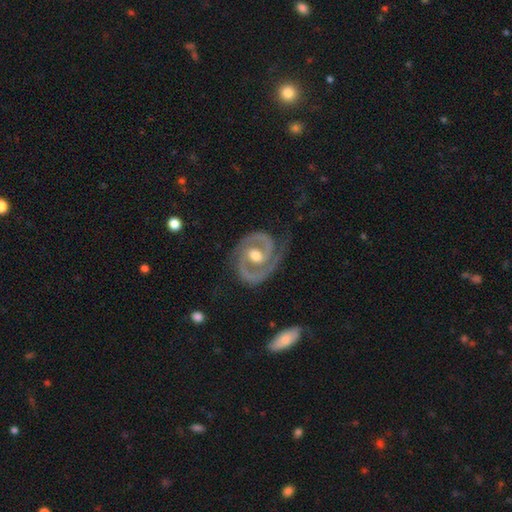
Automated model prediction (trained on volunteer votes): Morphology: type=featured or disk (92%); edge-on=no (98%); bar=no (44%); spiral arms=yes (97%); winding=tight (48%); arm count=2 (92%); bulge=moderate (80%); merging=none (75%).